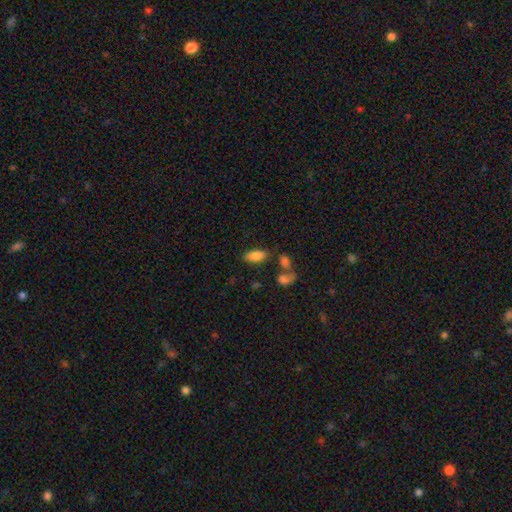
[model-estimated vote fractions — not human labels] smooth-or-featured: smooth: 85% | star or artifact: 8% | featured or disk: 7%
  how-rounded: in between: 91% | cigar-shaped: 6% | round: 3%
  merging: none: 73% | minor disturbance: 12% | merger: 10% | major disturbance: 5%